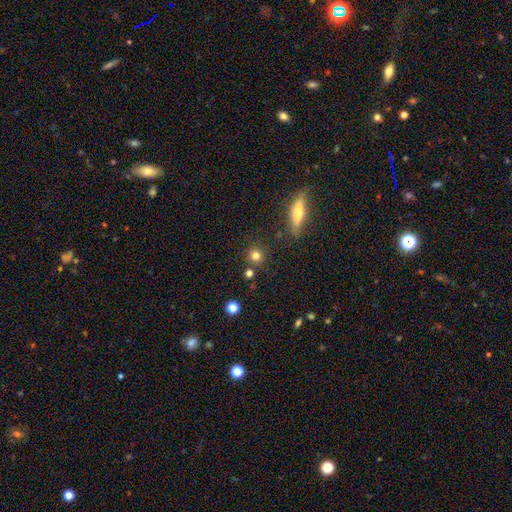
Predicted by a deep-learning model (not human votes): Smooth or featured? Predicted: smooth (p=0.77). How rounded? Predicted: round (p=0.90). Merging? Predicted: none (p=0.80).